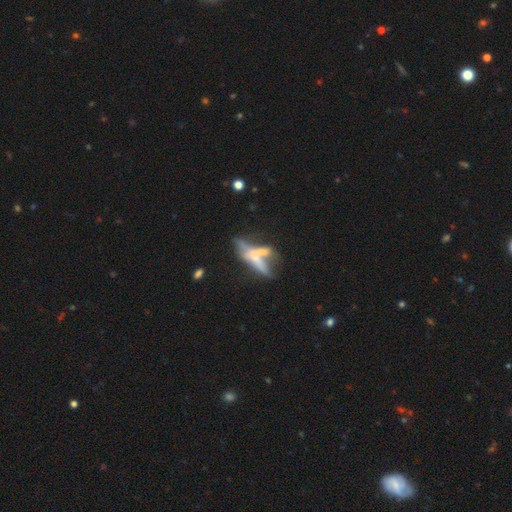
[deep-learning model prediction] Q: Smooth or featured?
A: featured or disk (50%); runner-up: smooth (39%)
Q: Merging?
A: merger (46%); runner-up: none (24%)